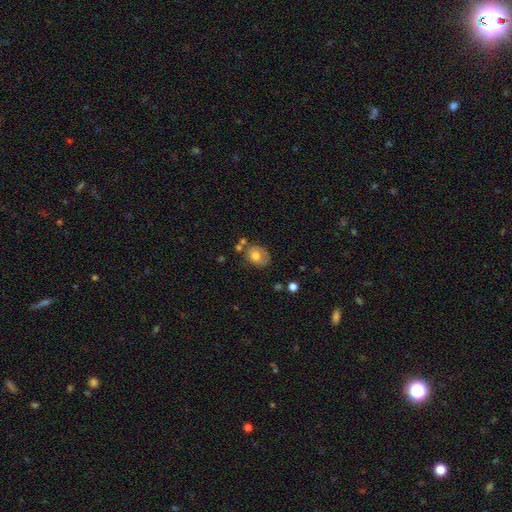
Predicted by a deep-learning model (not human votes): smooth-or-featured: smooth: 69% | featured or disk: 22% | star or artifact: 9%
  how-rounded: in between: 54% | round: 45% | cigar-shaped: 1%
  merging: none: 57% | minor disturbance: 24% | merger: 11% | major disturbance: 8%